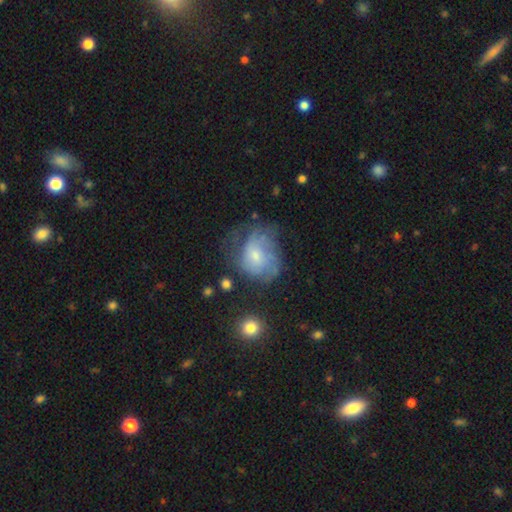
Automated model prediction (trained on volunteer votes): This appears to be a featured or disk galaxy (56%) with no bar (74%), spiral arms (71%) and a small central bulge (60%). Merging: none (44%).